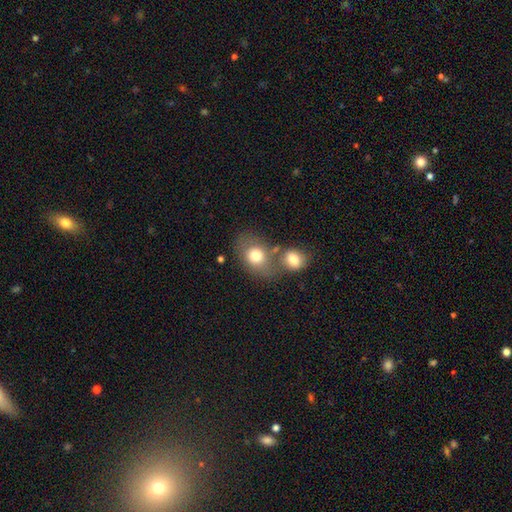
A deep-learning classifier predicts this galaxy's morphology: This is likely a smooth galaxy (76%). How rounded: possibly in between (55%). Merging: possibly none (45%).